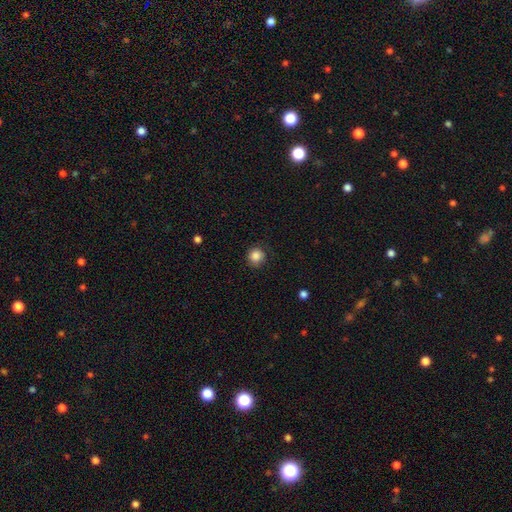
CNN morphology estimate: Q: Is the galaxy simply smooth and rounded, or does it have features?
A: smooth — 86%.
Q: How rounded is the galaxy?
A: round — 93%.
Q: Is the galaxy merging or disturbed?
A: none — 83%.